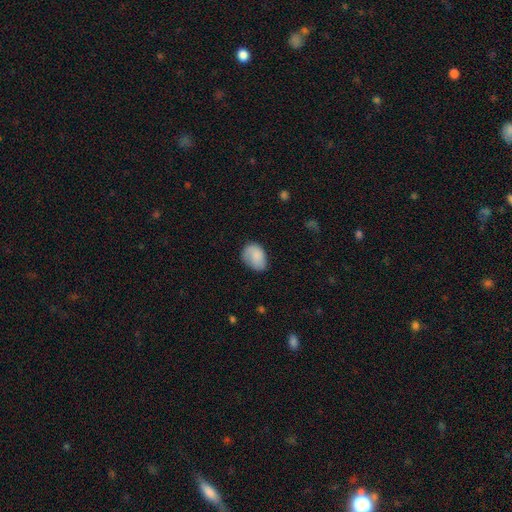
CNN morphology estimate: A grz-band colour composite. It shows a smooth galaxy with no disk features (80%) that is in between round and cigar-shaped (77%). Merging: none (59%).